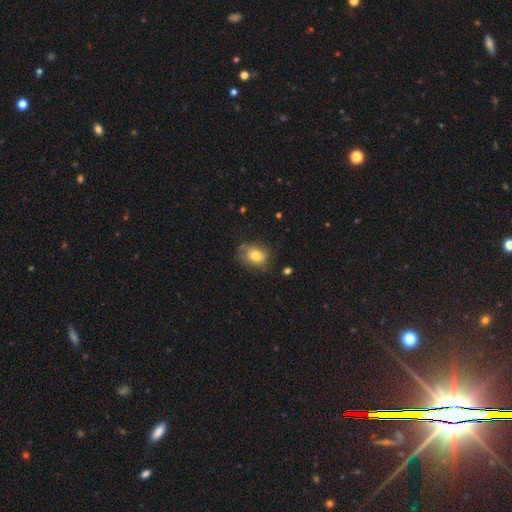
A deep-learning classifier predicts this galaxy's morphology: smooth_or_featured: smooth (p=0.76) [alt: featured or disk p=0.15]
how_rounded: round (p=0.50) [alt: in between p=0.49]
merging: none (p=0.65) [alt: minor disturbance p=0.25]